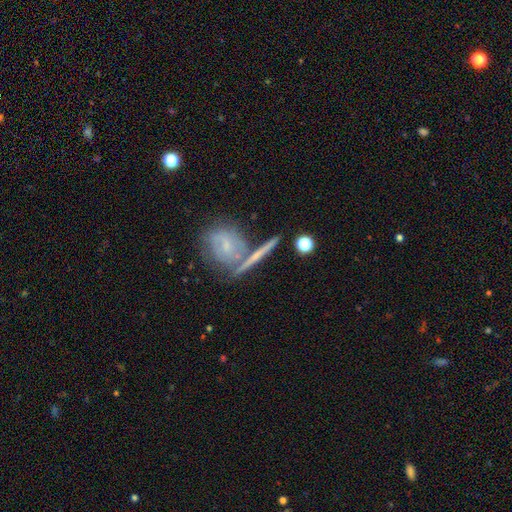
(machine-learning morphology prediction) smooth-or-featured: featured or disk: 61% | smooth: 29% | star or artifact: 11%
  disk-edge-on: yes: 65% | no: 35%
  merging: none: 59% | merger: 24% | minor disturbance: 12% | major disturbance: 5%